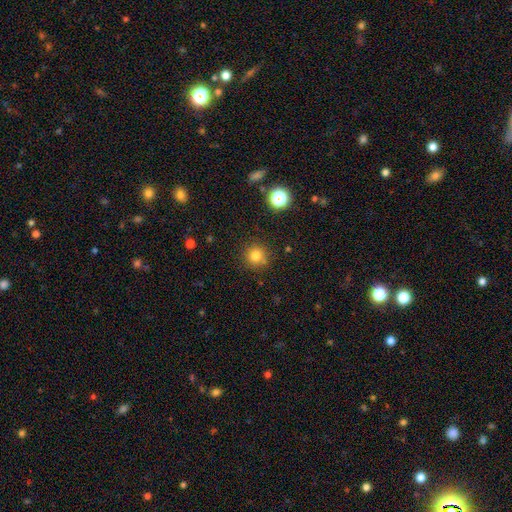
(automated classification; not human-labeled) A smooth galaxy with no disk features (78%) that is round (94%).

Vote fractions:
- Smooth or featured? smooth: 78% / star or artifact: 15% / featured or disk: 7%
- How rounded? round: 94% / in between: 5% / cigar-shaped: 1%
- Merging? none: 85% / minor disturbance: 9% / merger: 3% / major disturbance: 3%